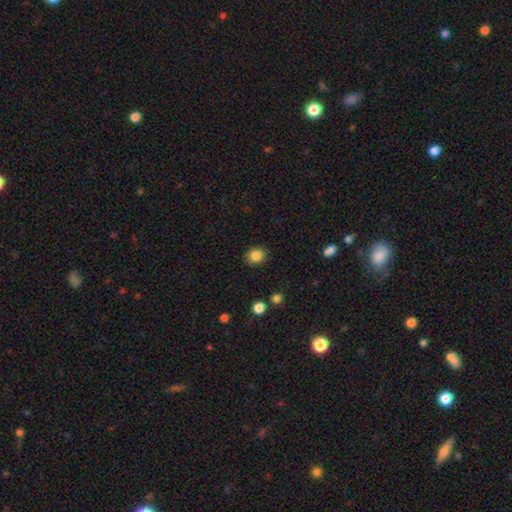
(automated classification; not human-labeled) The model was most divided on "how rounded": round: 71%, in between: 28%, cigar-shaped: 1%. More confident: merging — none (88%); smooth or featured — smooth (85%).